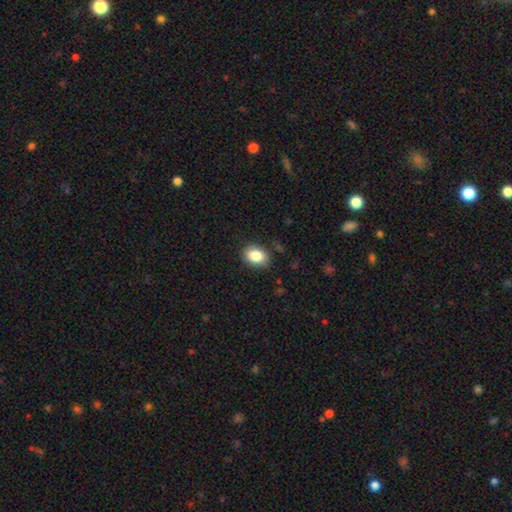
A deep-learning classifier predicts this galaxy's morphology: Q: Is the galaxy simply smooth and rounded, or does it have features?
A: smooth — 84%.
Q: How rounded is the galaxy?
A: in between — 70%.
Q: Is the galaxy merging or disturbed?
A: none — 84%.